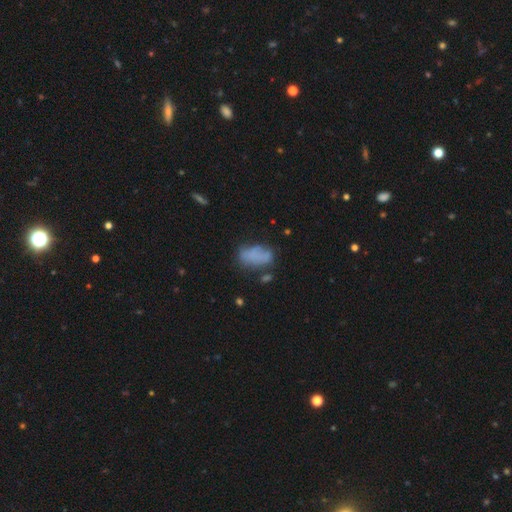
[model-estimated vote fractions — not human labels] A smooth galaxy with no disk features (65%) that is in between round and cigar-shaped (89%).

Vote fractions:
- Smooth or featured? smooth: 65% / featured or disk: 23% / star or artifact: 12%
- How rounded? in between: 89% / round: 8% / cigar-shaped: 3%
- Merging? none: 43% / minor disturbance: 28% / major disturbance: 19% / merger: 11%